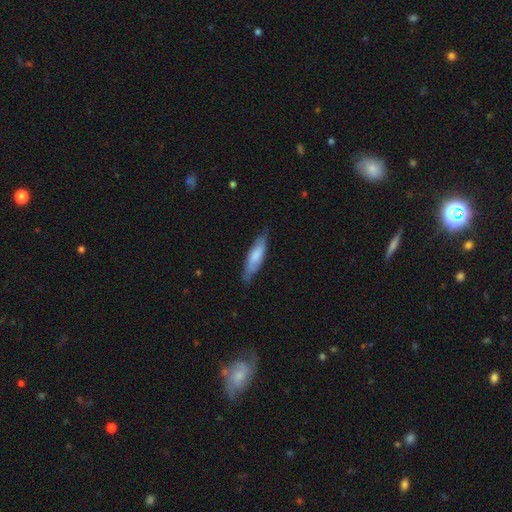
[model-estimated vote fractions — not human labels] A smooth galaxy with no disk features (69%) that is cigar-shaped (63%). Merging: none (73%).